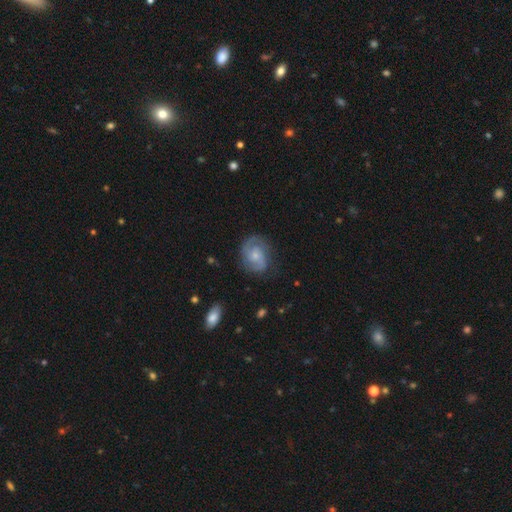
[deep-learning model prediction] Smooth or featured? featured or disk (78%)
Edge-on disk? no (98%)
Bar? no (62%)
Spiral arms? yes (95%)
Spiral winding? medium (46%)
Spiral arm count? 2 (76%)
Bulge size? small (56%)
Merging? none (73%)